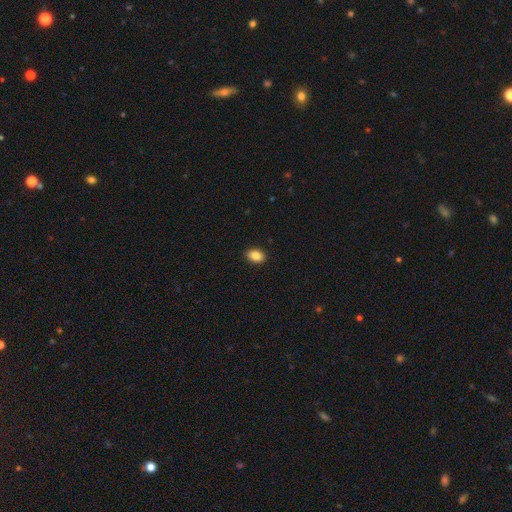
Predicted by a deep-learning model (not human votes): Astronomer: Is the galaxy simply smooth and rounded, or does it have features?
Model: smooth — 87%.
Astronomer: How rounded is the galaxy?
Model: in between — 82%.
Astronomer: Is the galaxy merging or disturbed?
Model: none — 91%.